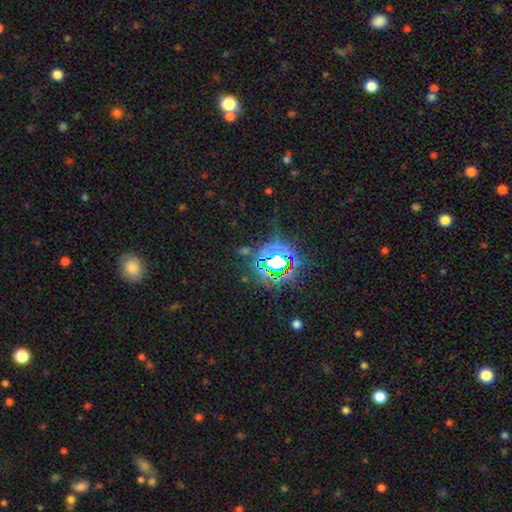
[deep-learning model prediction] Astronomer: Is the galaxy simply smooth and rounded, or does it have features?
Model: star or artifact — 83%.